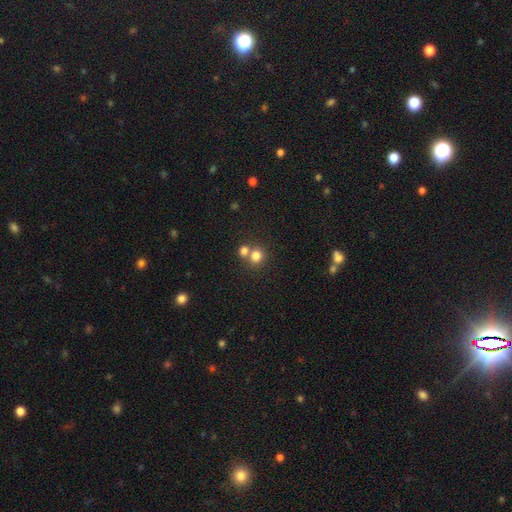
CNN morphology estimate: A smooth galaxy with no disk features (78%) that is round (85%).

Vote fractions:
- Smooth or featured? smooth: 78% / star or artifact: 13% / featured or disk: 9%
- How rounded? round: 85% / in between: 14% / cigar-shaped: 1%
- Merging? none: 48% / merger: 43% / minor disturbance: 6% / major disturbance: 3%